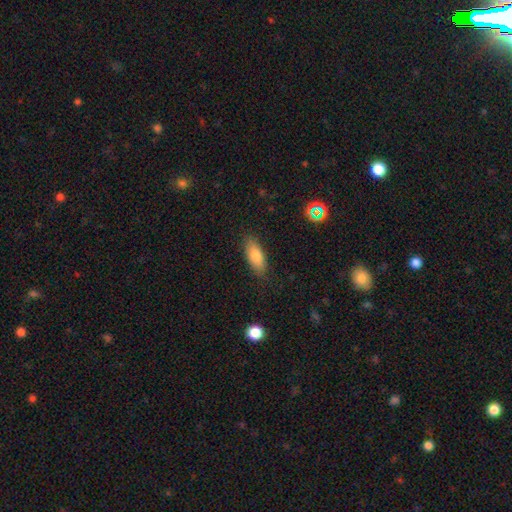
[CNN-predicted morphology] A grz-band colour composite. It shows a smooth galaxy with no disk features (80%) that is in between round and cigar-shaped (73%). Merging: none (85%).